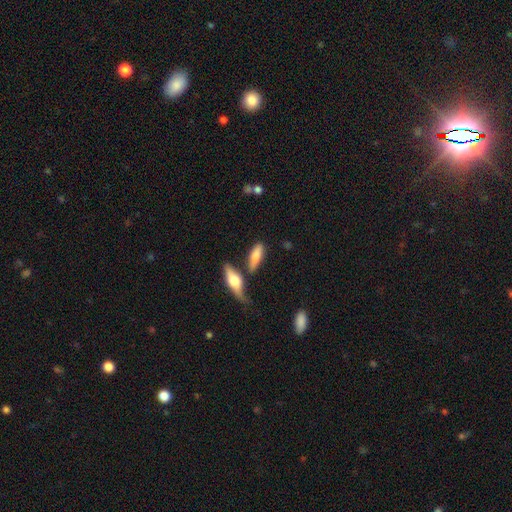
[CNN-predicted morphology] This is likely a smooth galaxy (73%). How rounded: likely in between (63%). Merging: possibly none (59%).